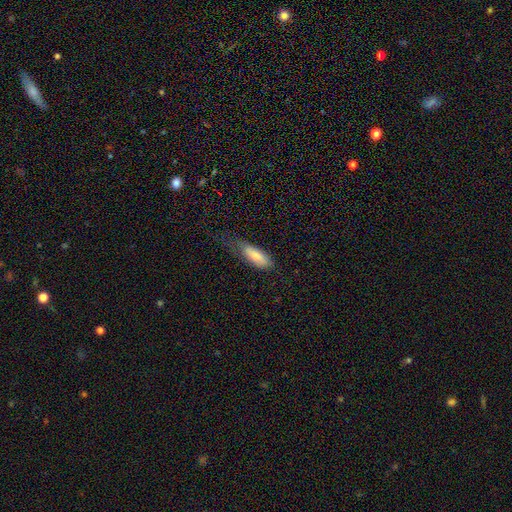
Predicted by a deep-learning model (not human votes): Smooth or featured?
  - smooth: 80% *
  - featured or disk: 13%
  - star or artifact: 6%
How rounded?
  - in between: 70% *
  - cigar-shaped: 28%
  - round: 2%
Merging?
  - none: 41% *
  - minor disturbance: 35%
  - major disturbance: 22%
  - merger: 2%